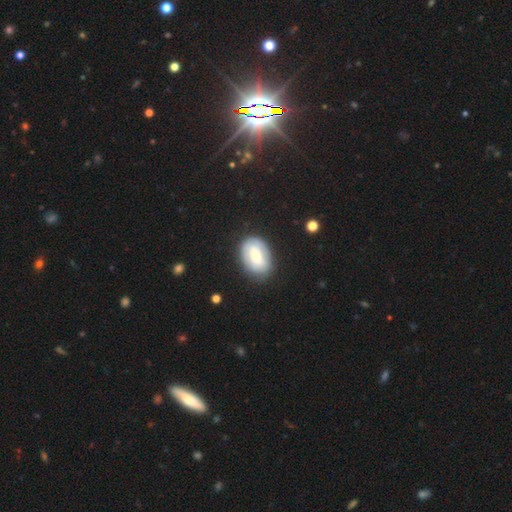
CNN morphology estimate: smooth-or-featured: smooth: 54% | featured or disk: 39% | star or artifact: 7%
  how-rounded: in between: 80% | round: 18% | cigar-shaped: 1%
  merging: none: 77% | minor disturbance: 17% | major disturbance: 5% | merger: 2%